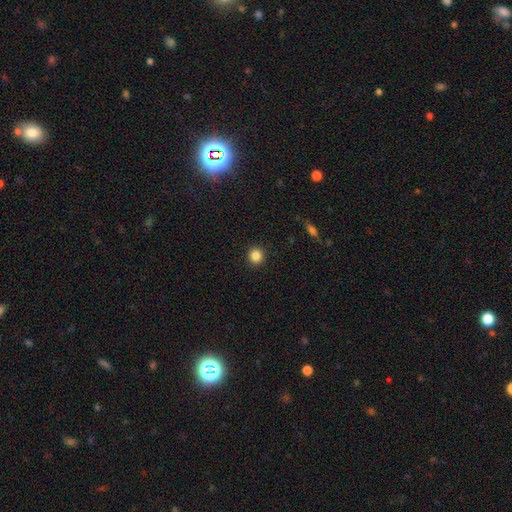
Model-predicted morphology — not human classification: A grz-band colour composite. It shows a smooth galaxy with no disk features (86%) that is round (91%). Merging: none (92%).